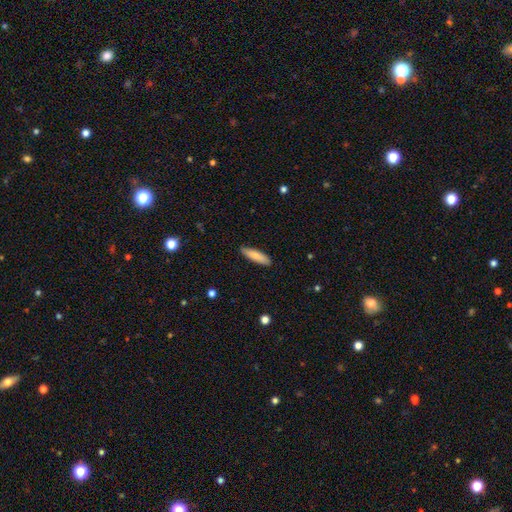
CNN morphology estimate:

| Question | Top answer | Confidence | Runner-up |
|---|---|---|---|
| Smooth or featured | smooth | 82% | featured or disk (12%) |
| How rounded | cigar-shaped | 66% | in between (33%) |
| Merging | none | 87% | minor disturbance (10%) |